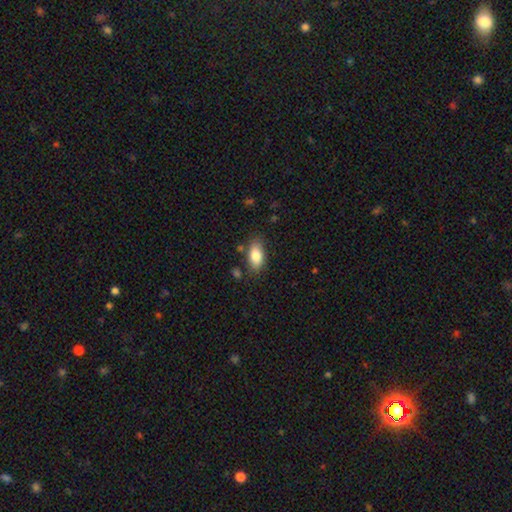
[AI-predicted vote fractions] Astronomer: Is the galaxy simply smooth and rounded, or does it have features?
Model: smooth — 84%.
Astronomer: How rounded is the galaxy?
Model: in between — 90%.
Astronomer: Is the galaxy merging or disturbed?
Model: none — 79%.